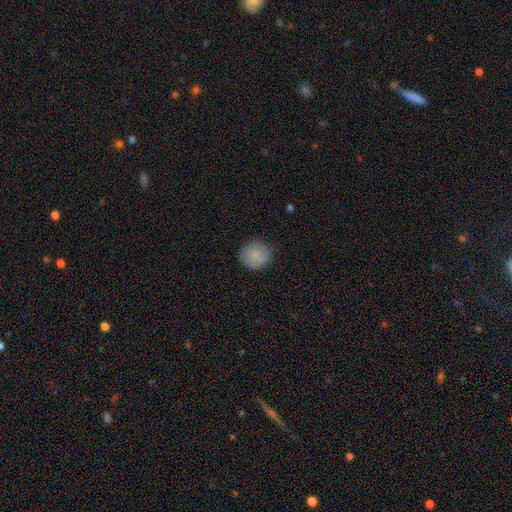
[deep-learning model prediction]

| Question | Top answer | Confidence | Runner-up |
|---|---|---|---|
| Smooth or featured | smooth | 83% | featured or disk (10%) |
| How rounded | round | 89% | in between (10%) |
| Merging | none | 83% | minor disturbance (13%) |